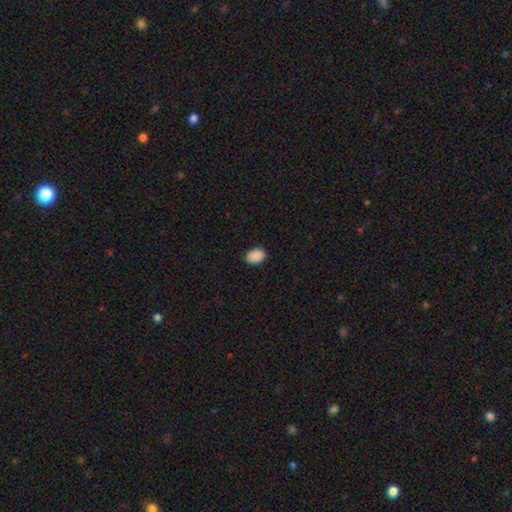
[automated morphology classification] Smooth or featured? smooth (90%)
How rounded? in between (77%)
Merging? none (89%)